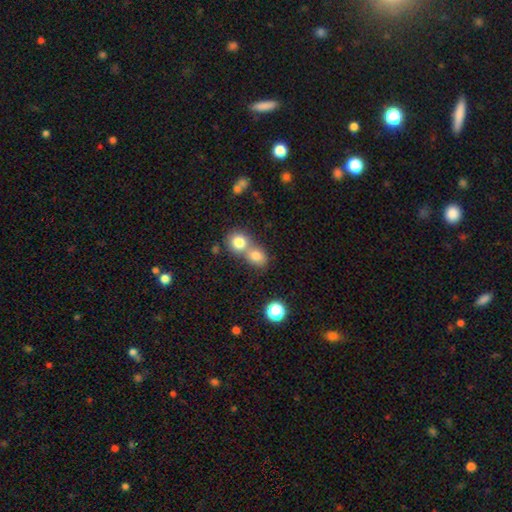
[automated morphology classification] smooth_or_featured: smooth (p=0.78) [alt: star or artifact p=0.12]
how_rounded: round (p=0.67) [alt: in between p=0.32]
merging: merger (p=0.58) [alt: none p=0.34]